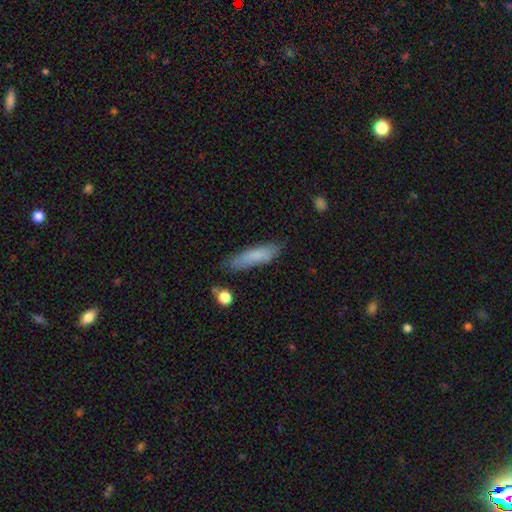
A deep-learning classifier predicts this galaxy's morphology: smooth-or-featured: smooth: 80% | featured or disk: 13% | star or artifact: 7%
  how-rounded: cigar-shaped: 71% | in between: 27% | round: 2%
  merging: none: 74% | minor disturbance: 19% | major disturbance: 4% | merger: 2%